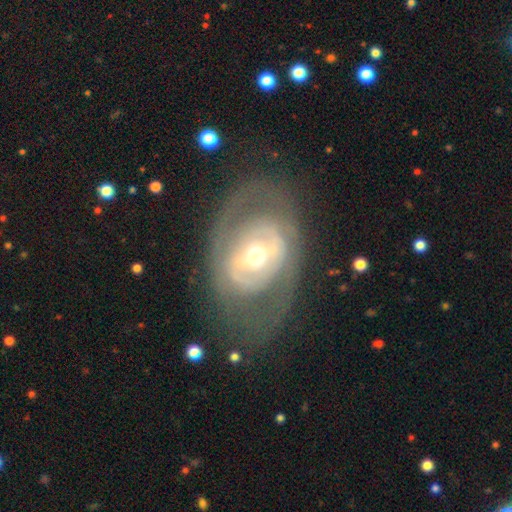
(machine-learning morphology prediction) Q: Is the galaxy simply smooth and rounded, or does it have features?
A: featured or disk — 76%.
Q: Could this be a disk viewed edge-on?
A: no — 94%.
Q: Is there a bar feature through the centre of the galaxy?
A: no — 36%.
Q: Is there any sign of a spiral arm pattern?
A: yes — 51%.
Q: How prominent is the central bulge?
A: moderate — 65%.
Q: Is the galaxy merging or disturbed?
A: none — 70%.